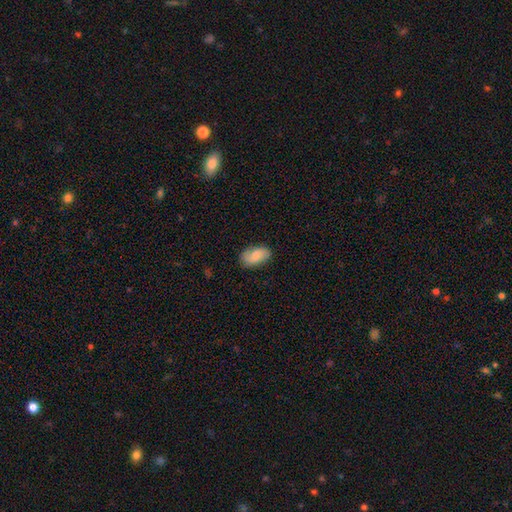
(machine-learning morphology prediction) Q: Smooth or featured?
A: smooth (73%); runner-up: featured or disk (20%)
Q: How rounded?
A: in between (93%); runner-up: round (5%)
Q: Merging?
A: none (80%); runner-up: minor disturbance (16%)